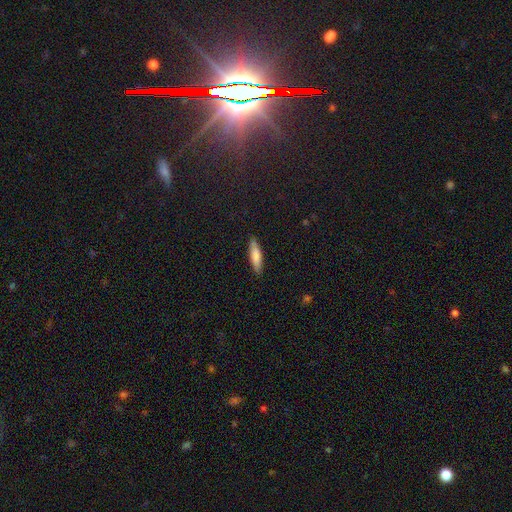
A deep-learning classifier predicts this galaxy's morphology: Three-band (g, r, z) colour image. It shows a smooth galaxy with no disk features (79%) that is cigar-shaped (71%). Merging: none (86%).